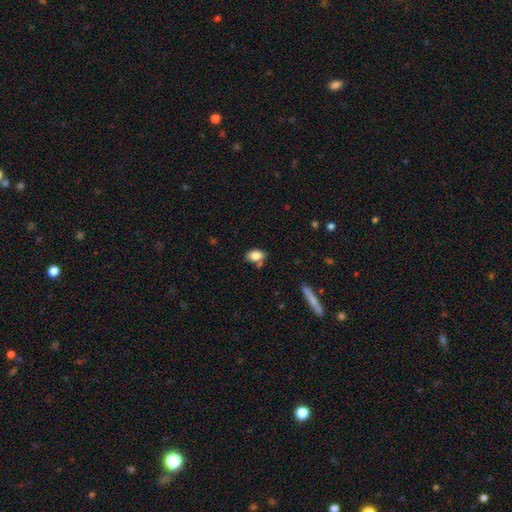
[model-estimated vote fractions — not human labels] smooth-or-featured: smooth: 84% | star or artifact: 8% | featured or disk: 7%
  how-rounded: in between: 88% | round: 10% | cigar-shaped: 3%
  merging: none: 69% | minor disturbance: 17% | merger: 10% | major disturbance: 4%